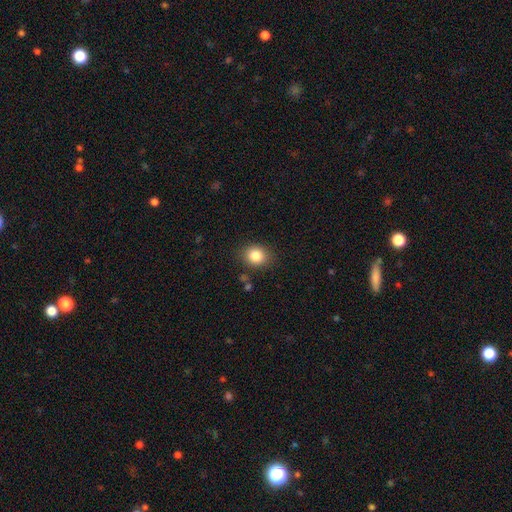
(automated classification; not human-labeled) The model was most divided on "how rounded": round: 66%, in between: 33%, cigar-shaped: 1%. More confident: merging — none (85%); smooth or featured — smooth (84%).